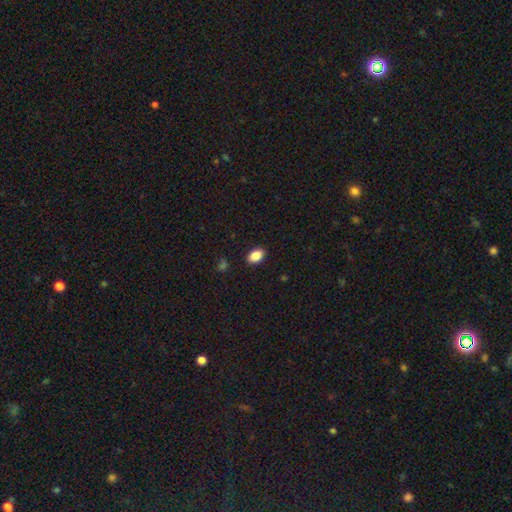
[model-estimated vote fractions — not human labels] Smooth or featured?
  - smooth: 88% *
  - star or artifact: 8%
  - featured or disk: 4%
How rounded?
  - in between: 89% *
  - round: 10%
  - cigar-shaped: 2%
Merging?
  - none: 89% *
  - minor disturbance: 8%
  - major disturbance: 2%
  - merger: 1%